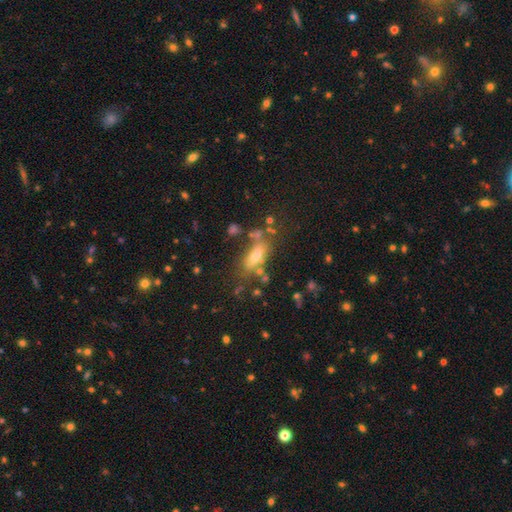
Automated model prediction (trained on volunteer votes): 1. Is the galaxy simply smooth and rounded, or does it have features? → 60% smooth, 24% featured or disk, 16% star or artifact.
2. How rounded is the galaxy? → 72% in between, 23% cigar-shaped, 5% round.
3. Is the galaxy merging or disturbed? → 58% none, 19% minor disturbance, 13% merger, 11% major disturbance.